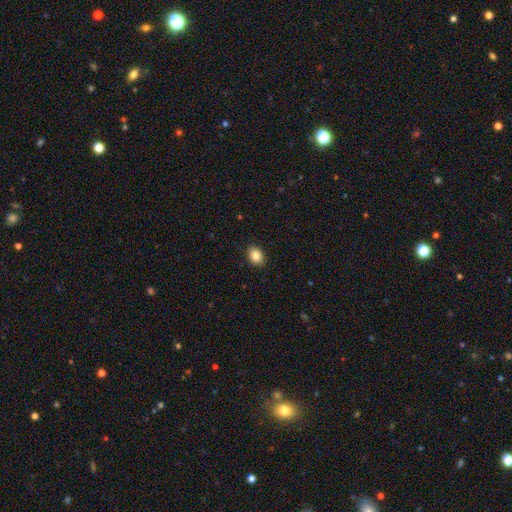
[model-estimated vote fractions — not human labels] A smooth galaxy with no disk features (85%) that is in between round and cigar-shaped (76%).

Vote fractions:
- Smooth or featured? smooth: 85% / star or artifact: 9% / featured or disk: 6%
- How rounded? in between: 76% / round: 23% / cigar-shaped: 1%
- Merging? none: 90% / minor disturbance: 8% / major disturbance: 2% / merger: 1%